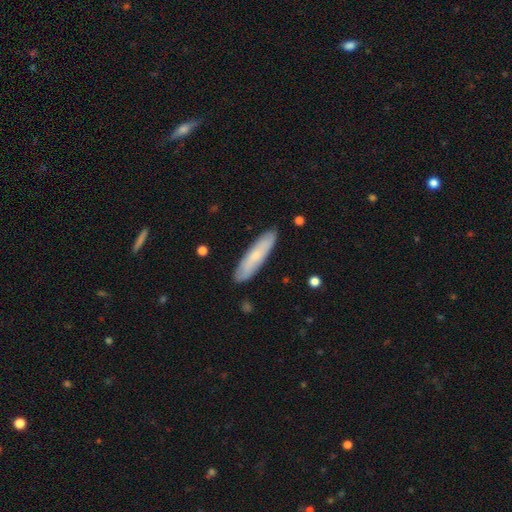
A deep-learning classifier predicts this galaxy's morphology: type=smooth (62%); roundness=cigar-shaped (76%); merging=none (88%).